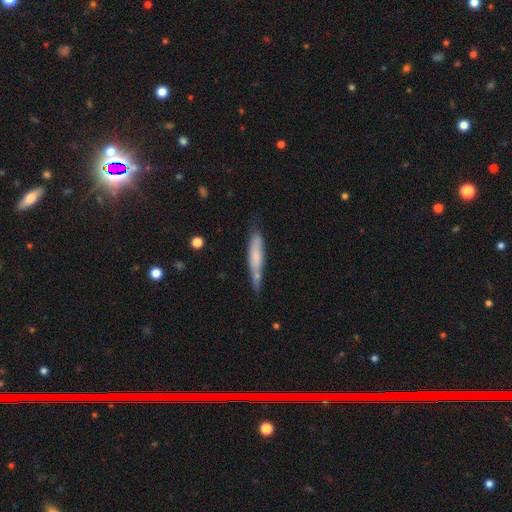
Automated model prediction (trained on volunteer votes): smooth_or_featured: smooth (p=0.62) [alt: featured or disk p=0.31]
how_rounded: cigar-shaped (p=0.86) [alt: in between p=0.12]
merging: none (p=0.58) [alt: minor disturbance p=0.26]